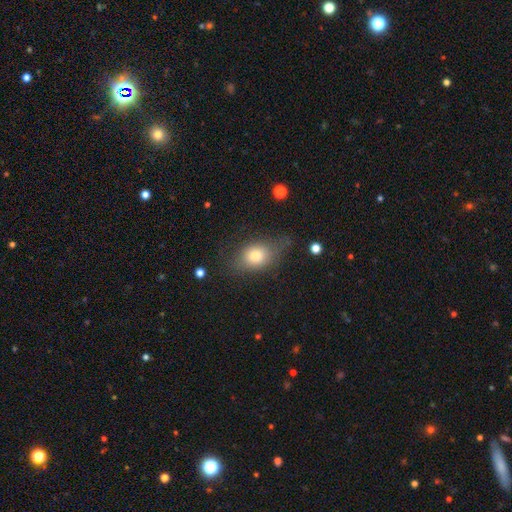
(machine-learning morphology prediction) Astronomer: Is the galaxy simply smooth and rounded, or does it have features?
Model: smooth — 73%.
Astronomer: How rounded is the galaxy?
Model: in between — 63%.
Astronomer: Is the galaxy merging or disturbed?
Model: none — 60%.